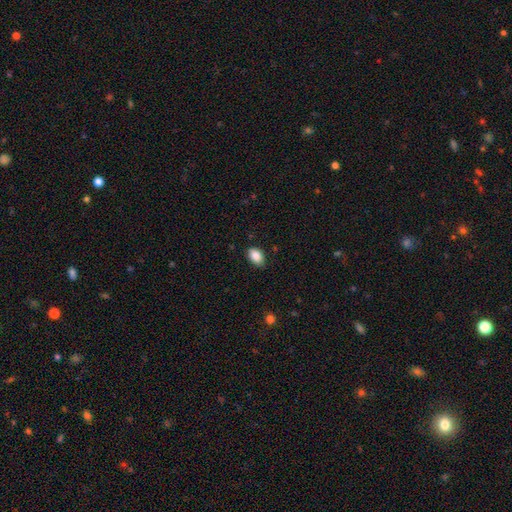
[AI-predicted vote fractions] This appears to be a smooth galaxy with no disk features (88%) that is in between round and cigar-shaped (86%). Merging: none (82%).